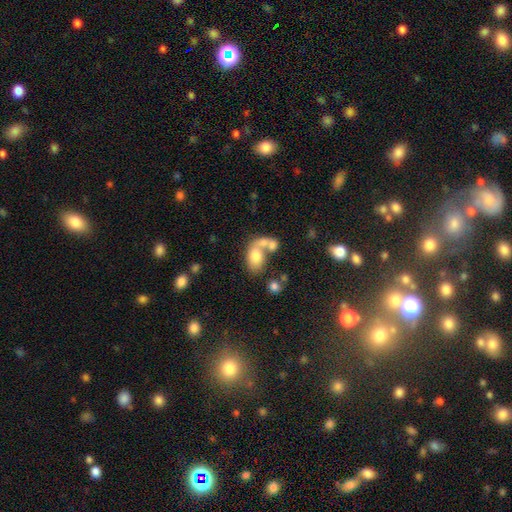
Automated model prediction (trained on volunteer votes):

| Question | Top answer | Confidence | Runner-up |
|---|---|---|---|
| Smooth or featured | smooth | 71% | featured or disk (20%) |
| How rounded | in between | 80% | round (18%) |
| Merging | merger | 57% | none (25%) |